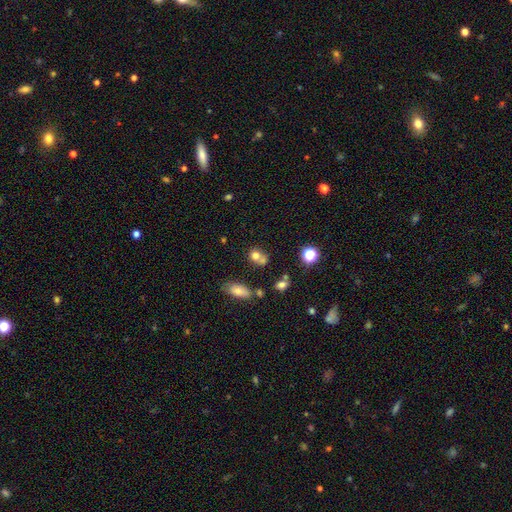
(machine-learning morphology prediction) Smooth or featured?
  - smooth: 72% *
  - star or artifact: 14%
  - featured or disk: 14%
How rounded?
  - round: 62% *
  - in between: 36%
  - cigar-shaped: 2%
Merging?
  - merger: 43% *
  - none: 38%
  - minor disturbance: 13%
  - major disturbance: 6%